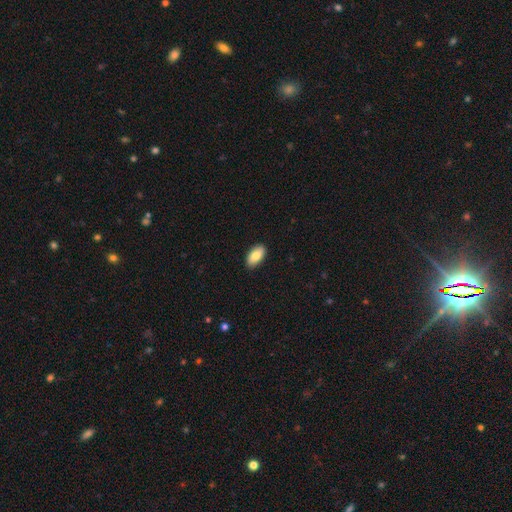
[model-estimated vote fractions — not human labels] A smooth galaxy with no disk features (82%) that is in between round and cigar-shaped (92%).

Vote fractions:
- Smooth or featured? smooth: 82% / featured or disk: 12% / star or artifact: 6%
- How rounded? in between: 92% / cigar-shaped: 5% / round: 3%
- Merging? none: 90% / minor disturbance: 8% / major disturbance: 2% / merger: 1%